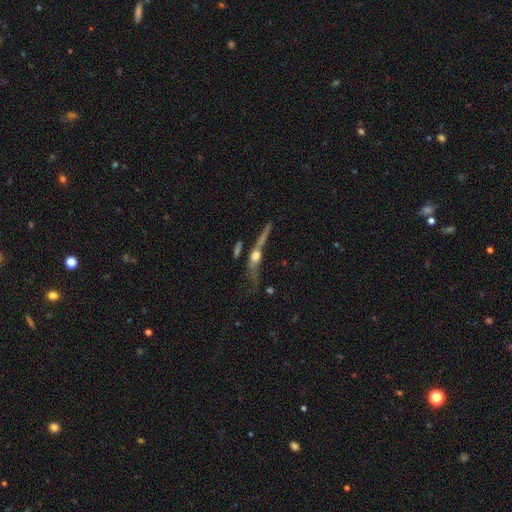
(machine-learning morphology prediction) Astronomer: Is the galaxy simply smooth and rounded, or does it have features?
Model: featured or disk — 58%.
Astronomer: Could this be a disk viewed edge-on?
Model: yes — 81%.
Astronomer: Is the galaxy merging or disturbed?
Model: none — 44% (runner-up: major disturbance, 20%).